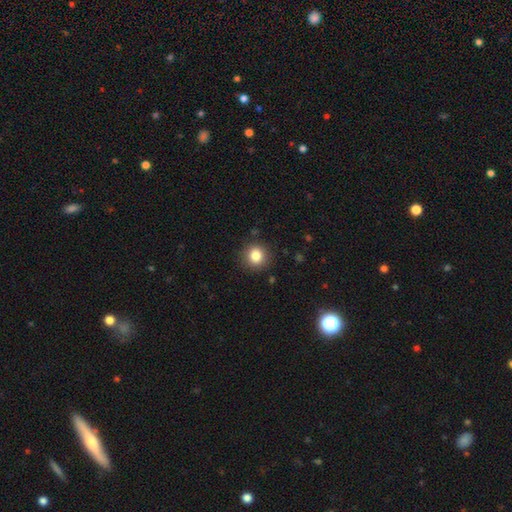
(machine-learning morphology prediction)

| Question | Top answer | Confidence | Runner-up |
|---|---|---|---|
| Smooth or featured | smooth | 84% | star or artifact (10%) |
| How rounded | round | 89% | in between (10%) |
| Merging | none | 89% | minor disturbance (8%) |